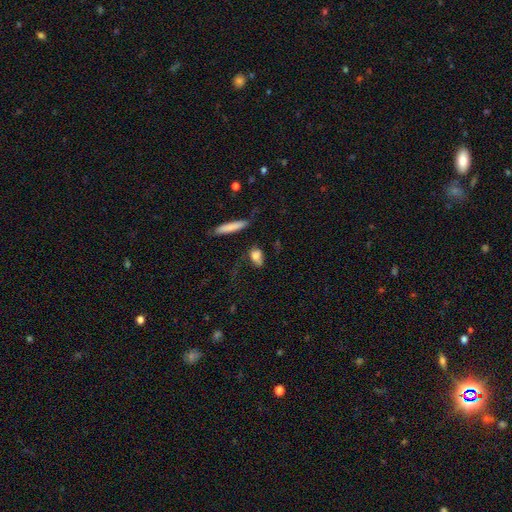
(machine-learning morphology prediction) type=smooth (76%); roundness=in between (72%); merging=none (50%).